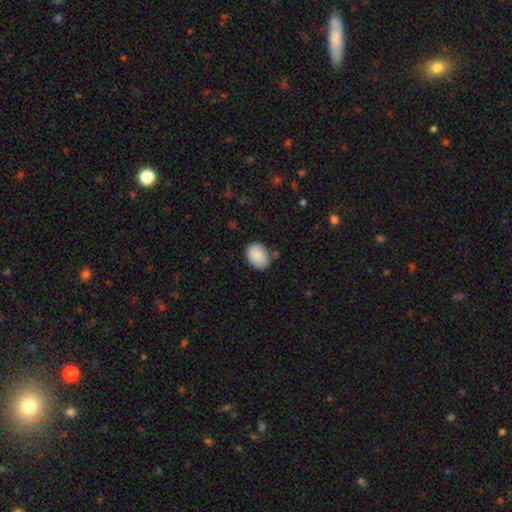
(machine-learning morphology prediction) type=smooth (89%); roundness=in between (75%); merging=none (74%).